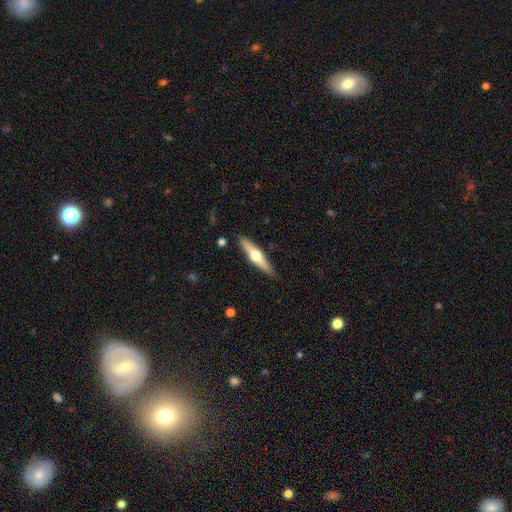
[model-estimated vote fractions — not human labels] featured or disk 60%, smooth 35%, star or artifact 5%. Down the decision tree: edge-on disk — yes (95%); edge-on bulge — rounded (94%); merging — none (88%).